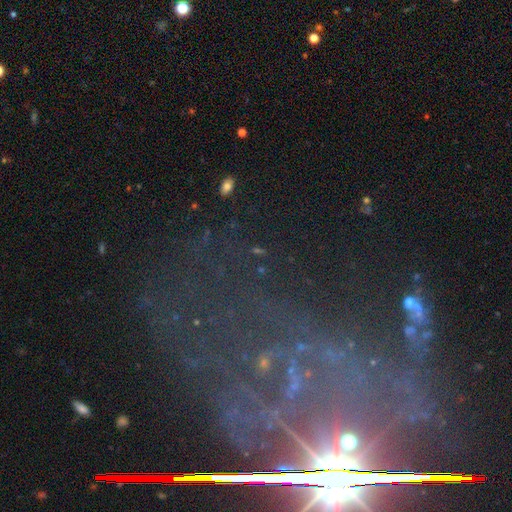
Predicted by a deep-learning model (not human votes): A star or artifact, not a galaxy (63%).

Vote fractions:
- Smooth or featured? star or artifact: 63% / featured or disk: 24% / smooth: 13%